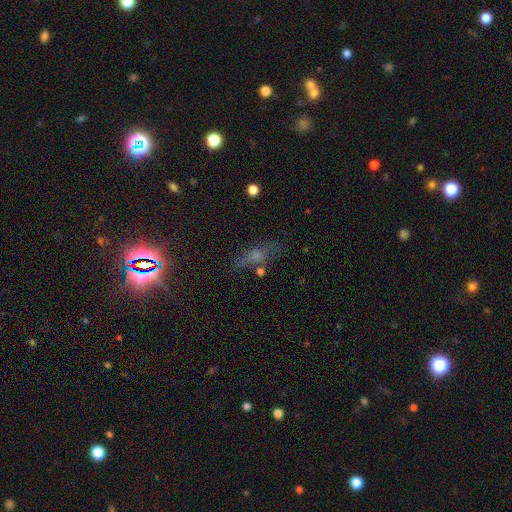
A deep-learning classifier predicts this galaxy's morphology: A smooth galaxy with no disk features (43%).

Vote fractions:
- Smooth or featured? smooth: 43% / featured or disk: 30% / star or artifact: 28%
- Merging? none: 68% / minor disturbance: 18% / major disturbance: 8% / merger: 7%